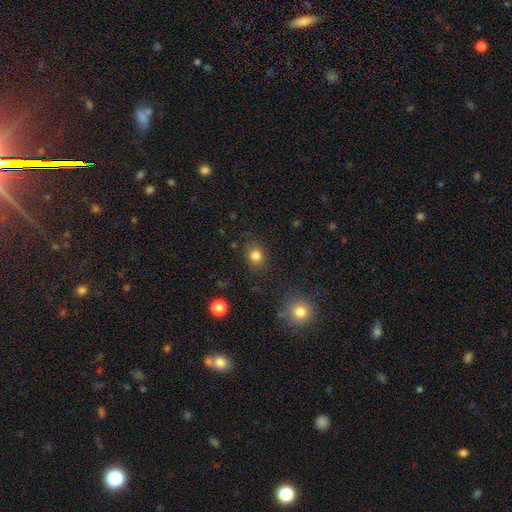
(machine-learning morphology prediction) This is clearly a smooth galaxy (83%). How rounded: likely round (72%). Merging: clearly none (84%).